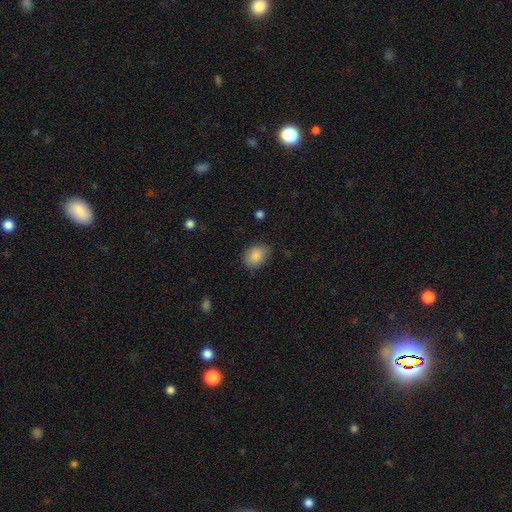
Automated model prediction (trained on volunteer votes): Smooth or featured?
  - smooth: 87% *
  - star or artifact: 8%
  - featured or disk: 5%
How rounded?
  - in between: 74% *
  - round: 25%
  - cigar-shaped: 1%
Merging?
  - none: 74% *
  - minor disturbance: 20%
  - major disturbance: 4%
  - merger: 1%